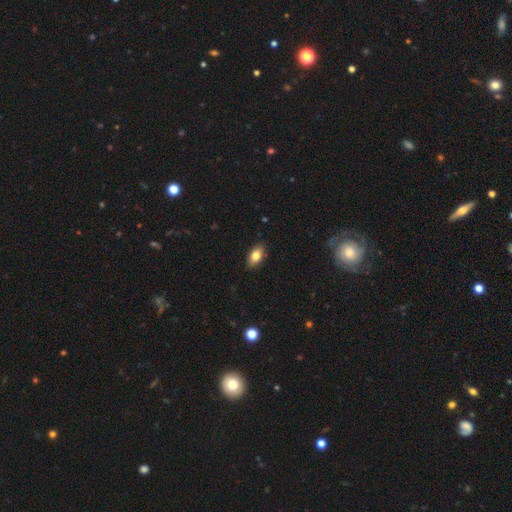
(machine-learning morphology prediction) This appears to be a smooth galaxy with no disk features (81%) that is in between round and cigar-shaped (90%). Merging: none (88%).